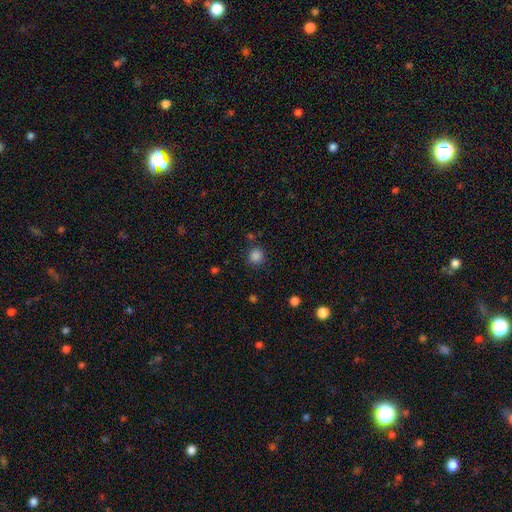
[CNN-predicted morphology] A smooth galaxy with no disk features (84%) that is round (92%).

Vote fractions:
- Smooth or featured? smooth: 84% / star or artifact: 12% / featured or disk: 3%
- How rounded? round: 92% / in between: 7% / cigar-shaped: 1%
- Merging? none: 84% / minor disturbance: 9% / merger: 3% / major disturbance: 3%